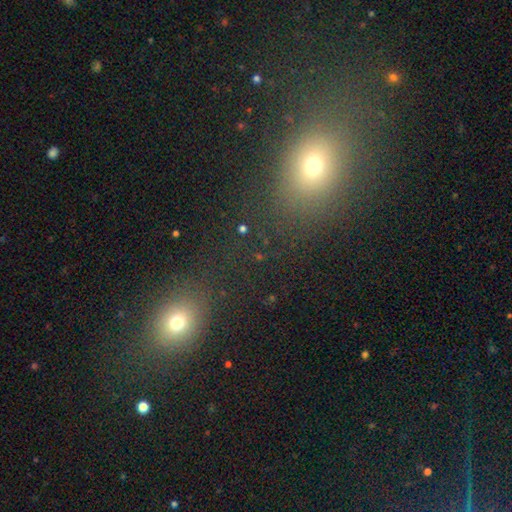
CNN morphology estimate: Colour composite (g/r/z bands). It shows a smooth galaxy with no disk features (56%) that is in between round and cigar-shaped (50%). Merging: none (72%).